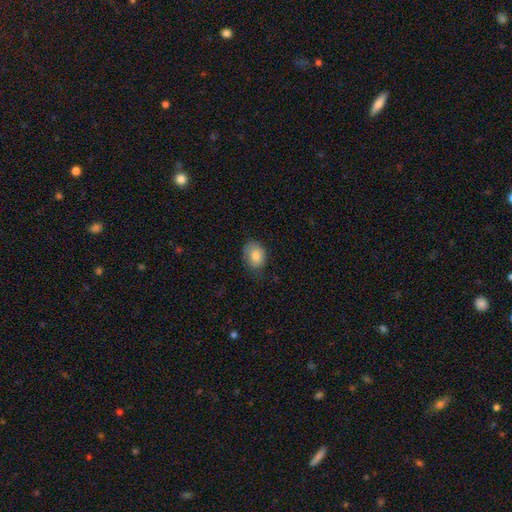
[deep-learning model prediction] smooth-or-featured: smooth: 83% | featured or disk: 10% | star or artifact: 8%
  how-rounded: in between: 62% | round: 37% | cigar-shaped: 1%
  merging: none: 65% | minor disturbance: 27% | major disturbance: 7% | merger: 1%